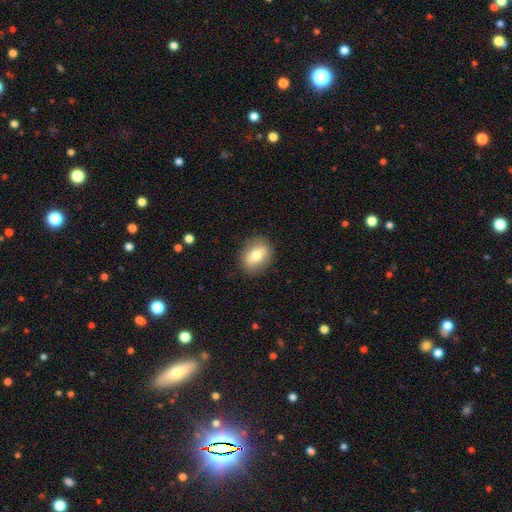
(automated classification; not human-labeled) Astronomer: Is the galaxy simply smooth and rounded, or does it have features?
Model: smooth — 69%.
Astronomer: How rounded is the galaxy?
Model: in between — 59% (runner-up: round, 39%).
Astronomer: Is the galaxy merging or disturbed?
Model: none — 86%.